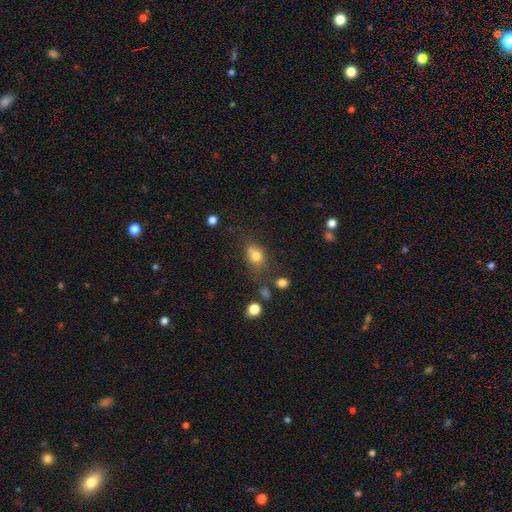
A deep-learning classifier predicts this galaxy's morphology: The model was most divided on "how rounded": in between: 59%, round: 39%, cigar-shaped: 3%. More confident: smooth or featured — smooth (76%); merging — none (50%).